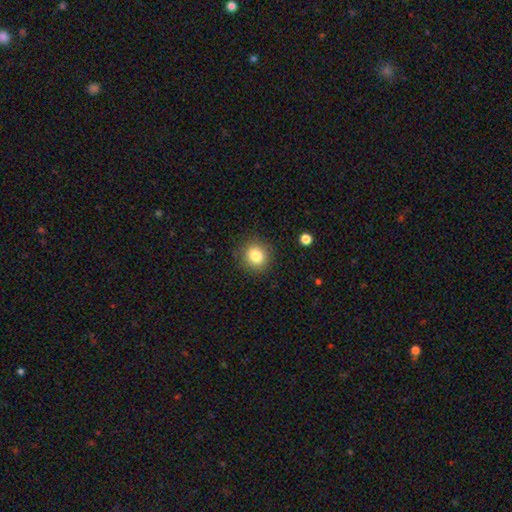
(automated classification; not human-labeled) smooth_or_featured: smooth (p=0.83) [alt: star or artifact p=0.11]
how_rounded: round (p=0.87) [alt: in between p=0.12]
merging: none (p=0.87) [alt: minor disturbance p=0.08]